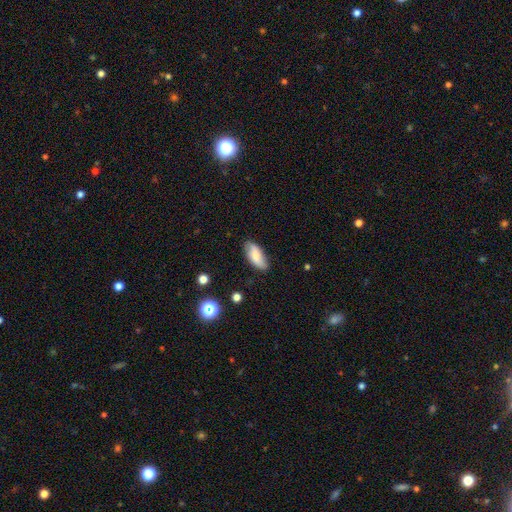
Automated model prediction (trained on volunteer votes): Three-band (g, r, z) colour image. It shows a smooth galaxy with no disk features (70%) that is in between round and cigar-shaped (82%). Merging: none (81%).